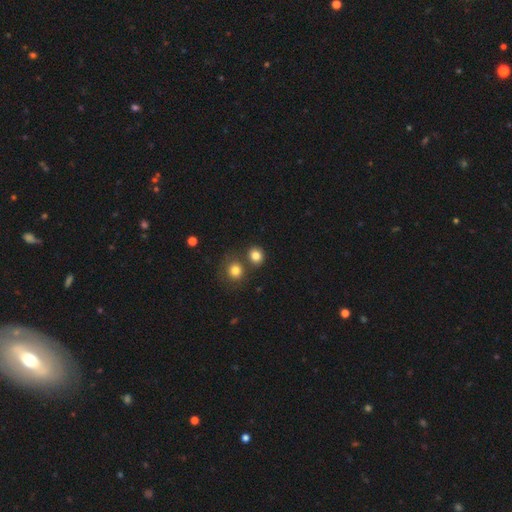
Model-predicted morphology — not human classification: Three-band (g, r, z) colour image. It shows a smooth galaxy with no disk features (82%) that is round (80%). Merging: none (69%).